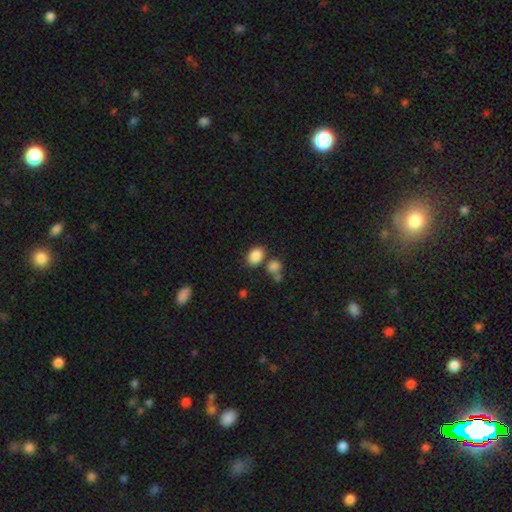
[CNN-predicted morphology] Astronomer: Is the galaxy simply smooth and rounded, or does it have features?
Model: smooth — 86%.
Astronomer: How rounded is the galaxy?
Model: in between — 67%.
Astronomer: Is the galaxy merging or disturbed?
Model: none — 68%.